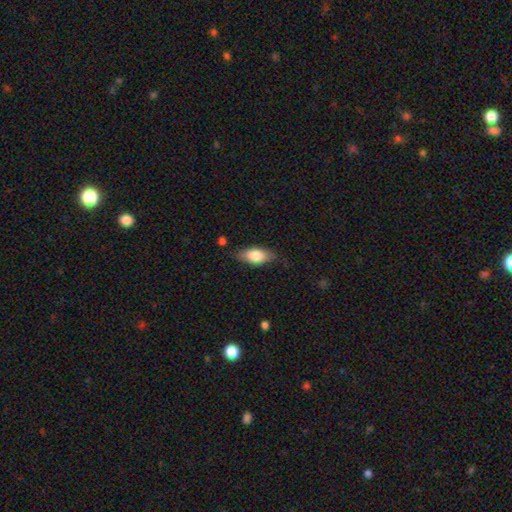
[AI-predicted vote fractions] Smooth or featured? Predicted: smooth (p=0.75). How rounded? Predicted: in between (p=0.86). Merging? Predicted: none (p=0.73).